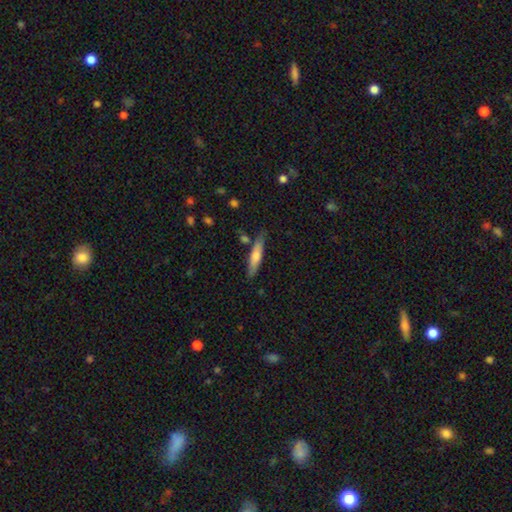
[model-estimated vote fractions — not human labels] A smooth galaxy with no disk features (59%) that is cigar-shaped (86%).

Vote fractions:
- Smooth or featured? smooth: 59% / featured or disk: 35% / star or artifact: 6%
- How rounded? cigar-shaped: 86% / in between: 12% / round: 2%
- Merging? none: 82% / minor disturbance: 12% / merger: 4% / major disturbance: 2%